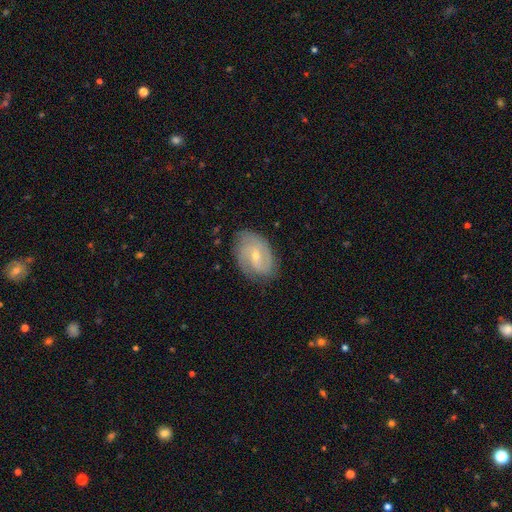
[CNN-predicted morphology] Smooth or featured: featured or disk — 75% (smooth — 18%)
Edge-on disk: no — 96% (yes — 4%)
Bar: weak — 48% (no — 39%)
Spiral arms: yes — 90% (no — 10%)
Spiral winding: tight — 46% (medium — 38%)
Spiral arm count: 2 — 46% (can't tell — 28%)
Bulge size: small — 58% (moderate — 39%)
Merging: none — 76% (minor disturbance — 18%)